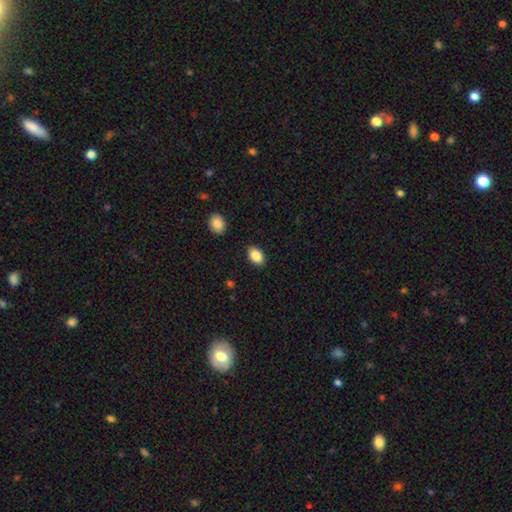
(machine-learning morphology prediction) smooth 86%, star or artifact 8%, featured or disk 6%. Down the decision tree: how rounded — in between (85%); merging — none (87%).